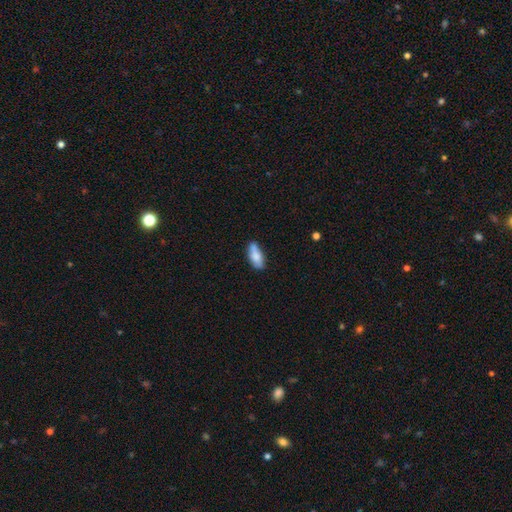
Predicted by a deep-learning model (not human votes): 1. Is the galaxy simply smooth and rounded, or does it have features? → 77% smooth, 16% featured or disk, 6% star or artifact.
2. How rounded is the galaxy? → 80% in between, 18% cigar-shaped, 2% round.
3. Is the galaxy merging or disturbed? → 62% none, 25% minor disturbance, 8% merger, 5% major disturbance.